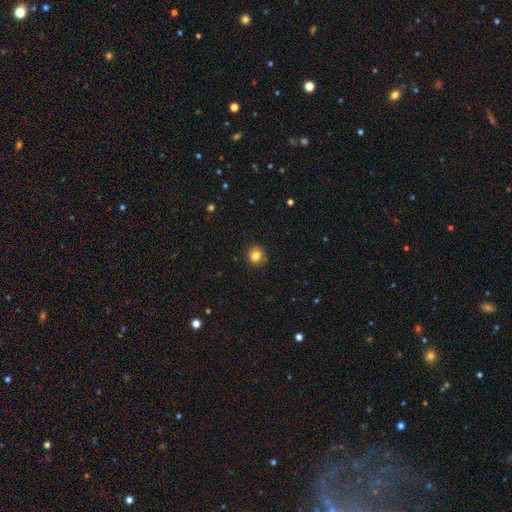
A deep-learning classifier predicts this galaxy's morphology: smooth 83%, star or artifact 11%, featured or disk 6%. Down the decision tree: how rounded — round (87%); merging — none (88%).